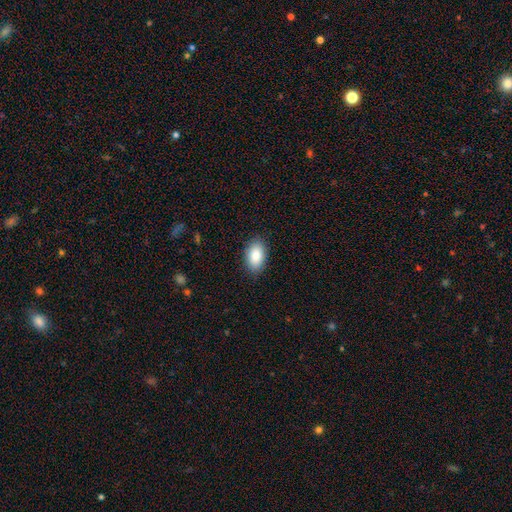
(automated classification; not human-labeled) This is clearly a smooth galaxy (87%). How rounded: clearly in between (94%). Merging: clearly none (88%).